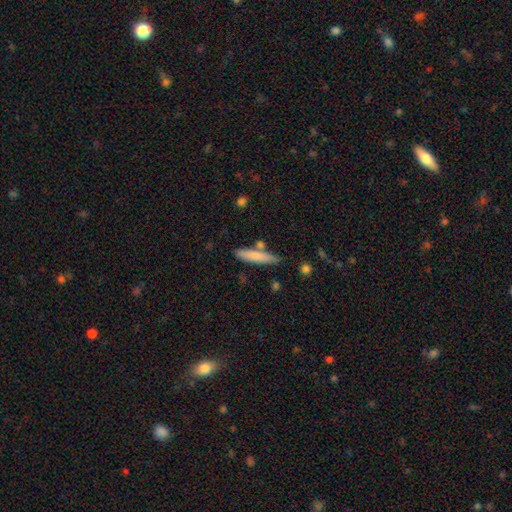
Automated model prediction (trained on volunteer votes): Morphology: type=smooth (76%); roundness=cigar-shaped (85%); merging=none (76%).